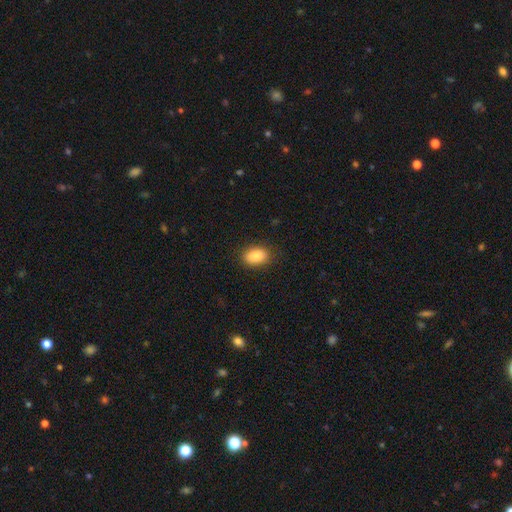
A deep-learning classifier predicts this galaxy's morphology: This appears to be a smooth galaxy with no disk features (86%) that is in between round and cigar-shaped (86%). Merging: none (85%).